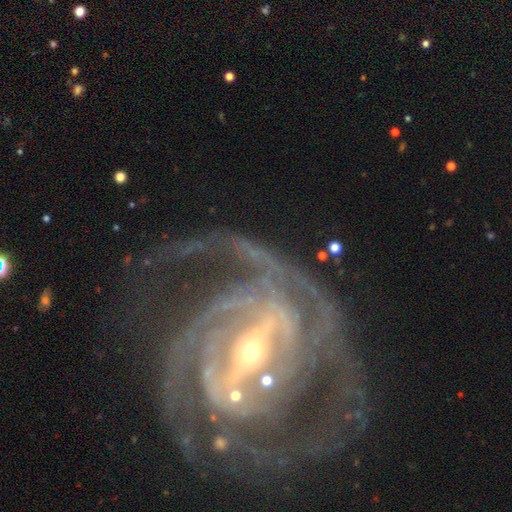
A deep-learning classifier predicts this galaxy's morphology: Q: Smooth or featured?
A: featured or disk (90%); runner-up: star or artifact (6%)
Q: Edge-on disk?
A: no (96%); runner-up: yes (4%)
Q: Bar?
A: strong (59%); runner-up: weak (26%)
Q: Spiral arms?
A: yes (95%); runner-up: no (5%)
Q: Spiral winding?
A: tight (50%); runner-up: medium (38%)
Q: Spiral arm count?
A: 2 (38%); runner-up: can't tell (19%)
Q: Bulge size?
A: small (80%); runner-up: moderate (15%)
Q: Merging?
A: none (49%); runner-up: major disturbance (26%)